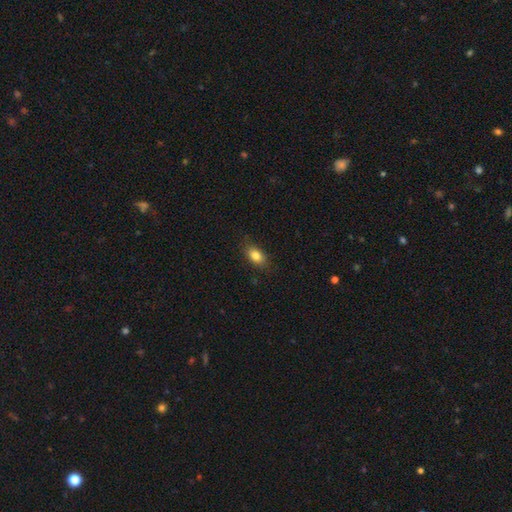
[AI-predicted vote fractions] This is clearly a smooth galaxy (83%). How rounded: clearly in between (85%). Merging: clearly none (82%).